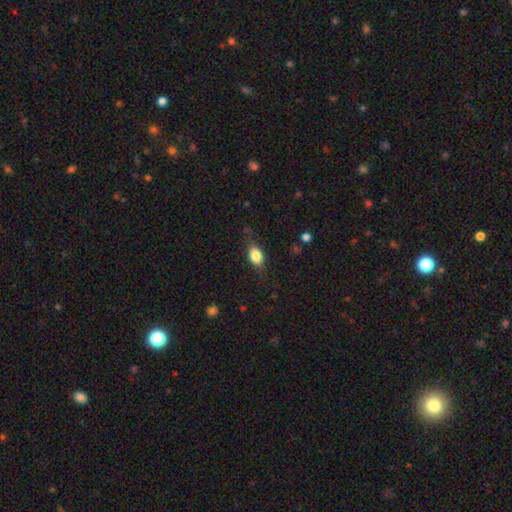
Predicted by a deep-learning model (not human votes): smooth_or_featured: smooth (p=0.82) [alt: featured or disk p=0.10]
how_rounded: in between (p=0.83) [alt: round p=0.14]
merging: none (p=0.76) [alt: minor disturbance p=0.18]